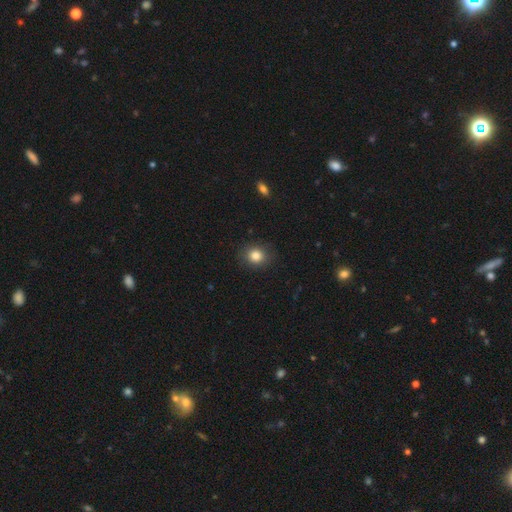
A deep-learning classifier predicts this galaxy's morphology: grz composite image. It shows a smooth galaxy with no disk features (84%) that is round (70%). Merging: none (87%).